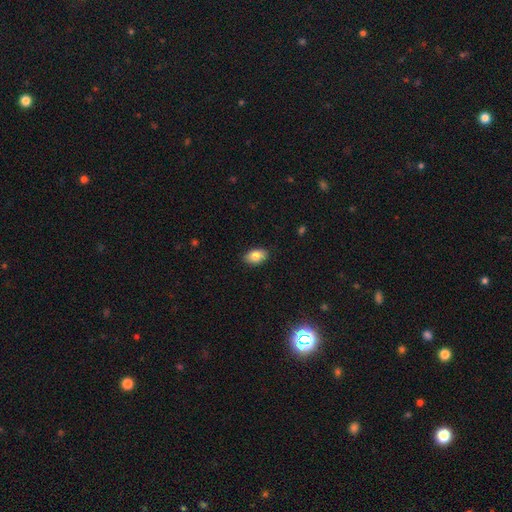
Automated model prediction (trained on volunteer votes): This appears to be a smooth galaxy with no disk features (82%) that is in between round and cigar-shaped (90%). Merging: none (87%).